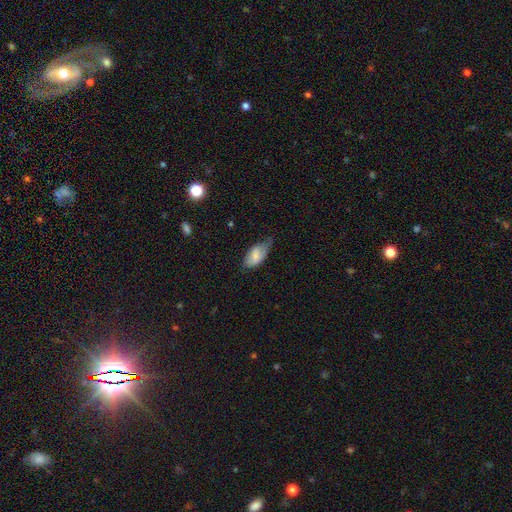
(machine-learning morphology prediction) Overall: smooth (66%; featured or disk 27%). How rounded: in between (92%). Merging: minor disturbance (44%; none 37%).